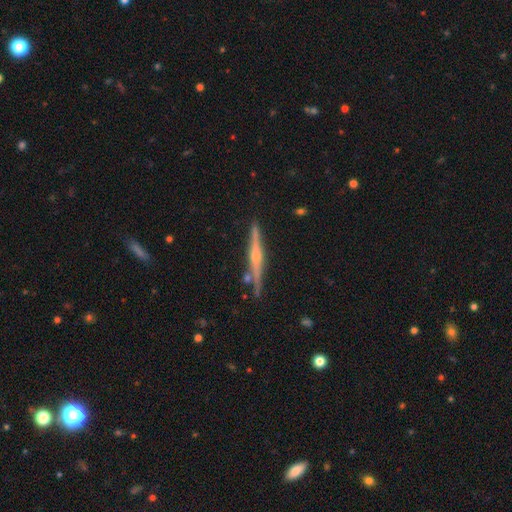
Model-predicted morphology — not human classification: smooth_or_featured: featured or disk (p=0.78) [alt: smooth p=0.16]
disk_edge_on: yes (p=0.98) [alt: no p=0.02]
edge_on_bulge: rounded (p=0.78) [alt: none p=0.15]
merging: none (p=0.84) [alt: minor disturbance p=0.10]